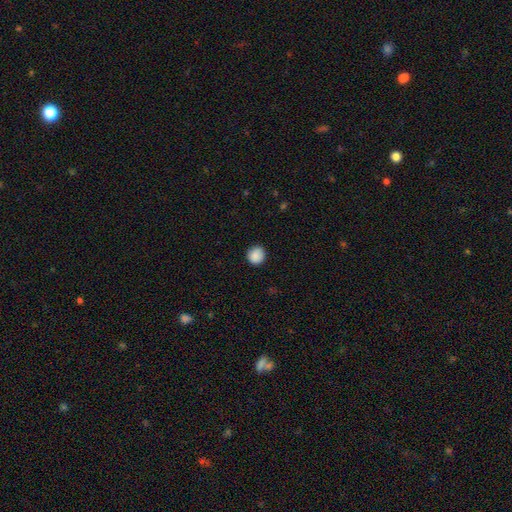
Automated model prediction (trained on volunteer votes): A smooth galaxy with no disk features (89%) that is round (89%). Merging: none (89%).